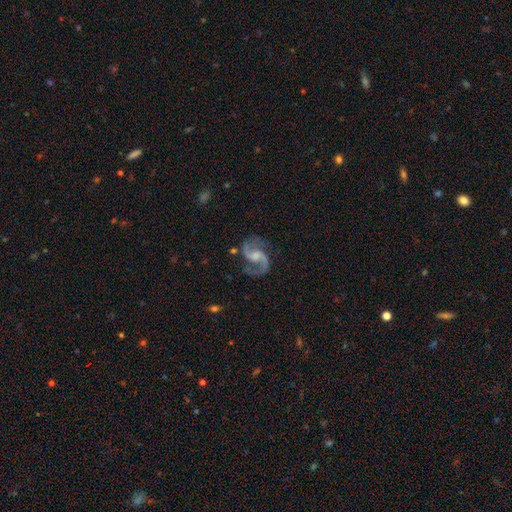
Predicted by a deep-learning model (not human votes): This appears to be a featured or disk galaxy (92%) with a weak bar (46%), 2 (93%) medium (53%) spiral arms (98%) and a moderate central bulge (35%). Merging: none (75%).